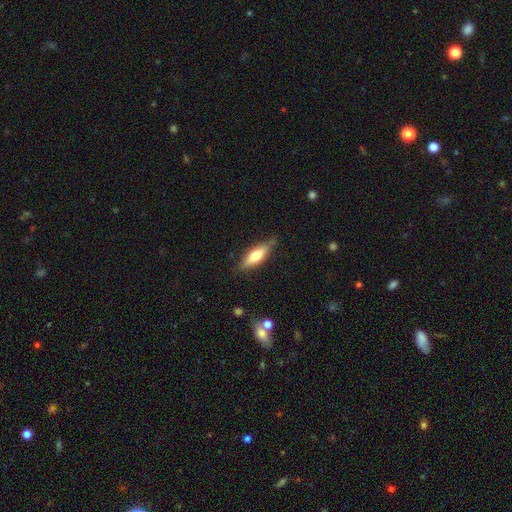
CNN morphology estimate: This is likely a smooth galaxy (61%). How rounded: possibly in between (49%, tied with cigar-shaped). Merging: likely none (80%).